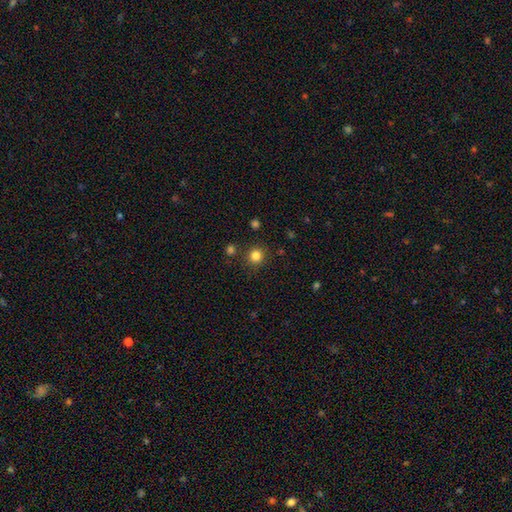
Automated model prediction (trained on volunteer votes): smooth-or-featured: smooth: 83% | star or artifact: 13% | featured or disk: 4%
  how-rounded: round: 93% | in between: 6% | cigar-shaped: 1%
  merging: none: 88% | minor disturbance: 6% | merger: 3% | major disturbance: 2%